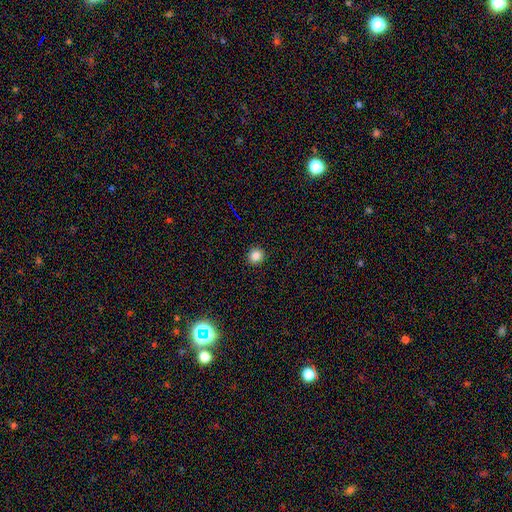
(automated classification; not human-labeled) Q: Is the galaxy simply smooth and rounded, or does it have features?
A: smooth — 85%.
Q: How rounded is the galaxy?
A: round — 94%.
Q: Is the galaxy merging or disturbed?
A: none — 93%.